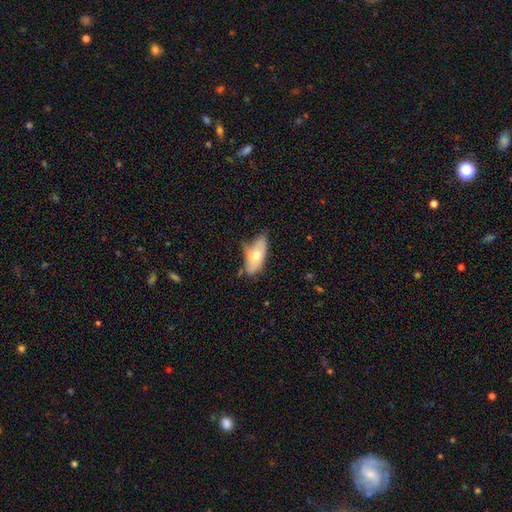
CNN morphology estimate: smooth_or_featured: smooth (p=0.64) [alt: featured or disk p=0.29]
how_rounded: in between (p=0.86) [alt: cigar-shaped p=0.11]
merging: none (p=0.49) [alt: minor disturbance p=0.36]